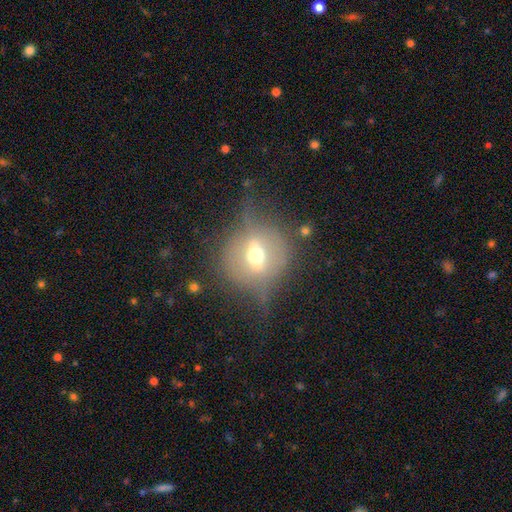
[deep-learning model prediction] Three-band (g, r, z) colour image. It shows a featured or disk galaxy (61%). Merging: none (53%).